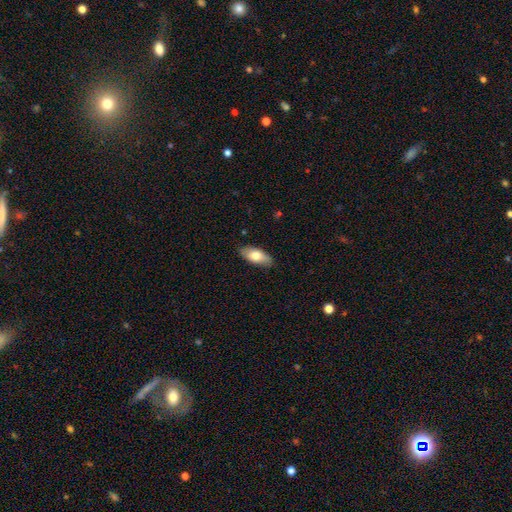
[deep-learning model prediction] Overall: smooth (72%). How rounded: in between (87%). Merging: none (85%).